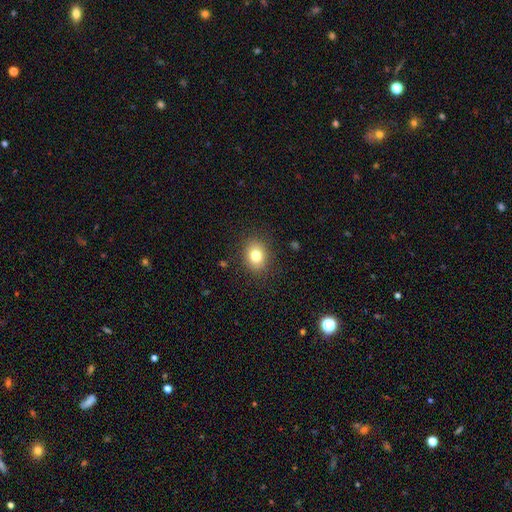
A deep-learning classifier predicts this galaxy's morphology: This is likely a smooth galaxy (80%). How rounded: possibly in between (50%). Merging: clearly none (87%).